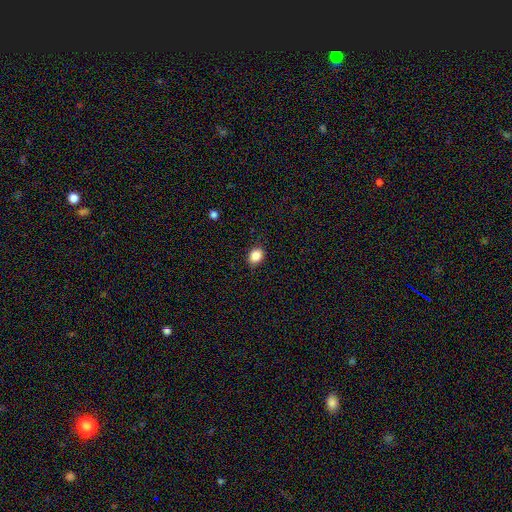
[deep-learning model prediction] Morphology: type=smooth (87%); roundness=round (52%); merging=none (84%).